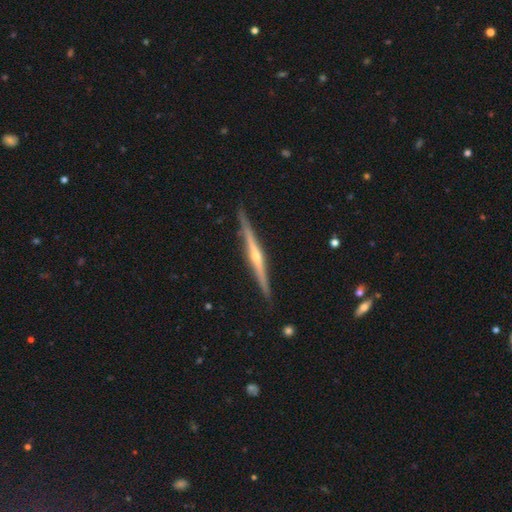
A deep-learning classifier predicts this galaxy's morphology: A featured or disk galaxy (82%) viewed edge-on (98%) with a rounded central bulge (81%).

Vote fractions:
- Smooth or featured? featured or disk: 82% / smooth: 13% / star or artifact: 5%
- Edge-on disk? yes: 98% / no: 2%
- Edge-on bulge? rounded: 81% / none: 14% / boxy: 4%
- Merging? none: 90% / minor disturbance: 7% / major disturbance: 1% / merger: 1%